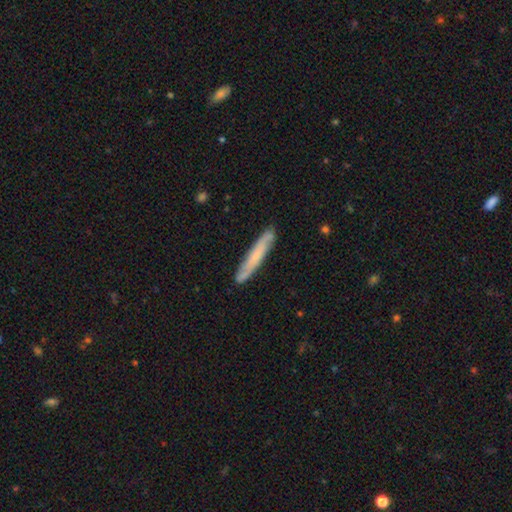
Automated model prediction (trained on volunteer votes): A smooth galaxy with no disk features (56%) that is cigar-shaped (95%). Merging: none (86%).